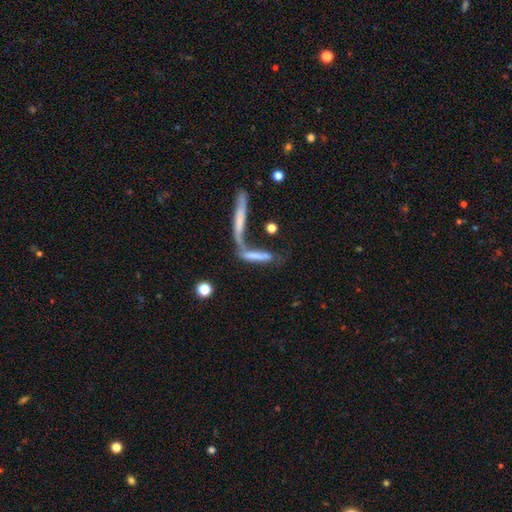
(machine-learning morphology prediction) smooth-or-featured: smooth: 59% | featured or disk: 31% | star or artifact: 10%
  how-rounded: cigar-shaped: 82% | in between: 15% | round: 3%
  merging: merger: 52% | none: 23% | major disturbance: 15% | minor disturbance: 11%